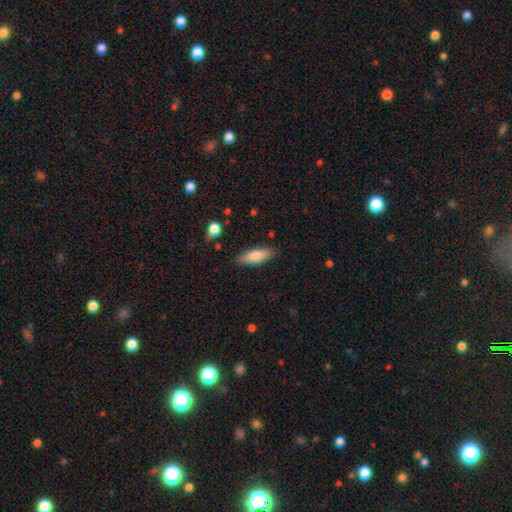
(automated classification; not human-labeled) smooth_or_featured: smooth (p=0.78) [alt: featured or disk p=0.16]
how_rounded: in between (p=0.59) [alt: cigar-shaped p=0.39]
merging: none (p=0.85) [alt: minor disturbance p=0.11]